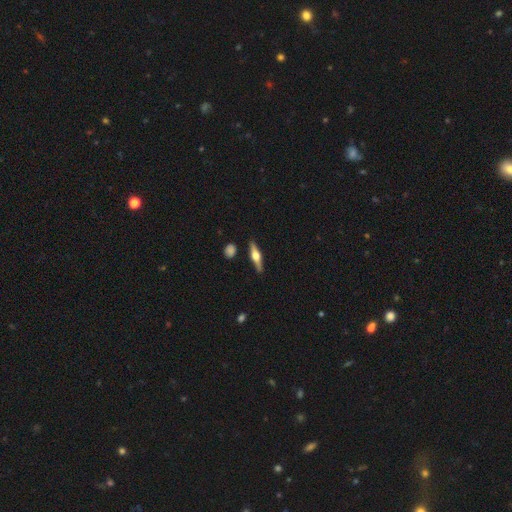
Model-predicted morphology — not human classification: Smooth or featured: featured or disk — 71% (smooth — 23%)
Edge-on disk: yes — 97% (no — 3%)
Edge-on bulge: rounded — 93% (boxy — 5%)
Merging: none — 88% (minor disturbance — 8%)